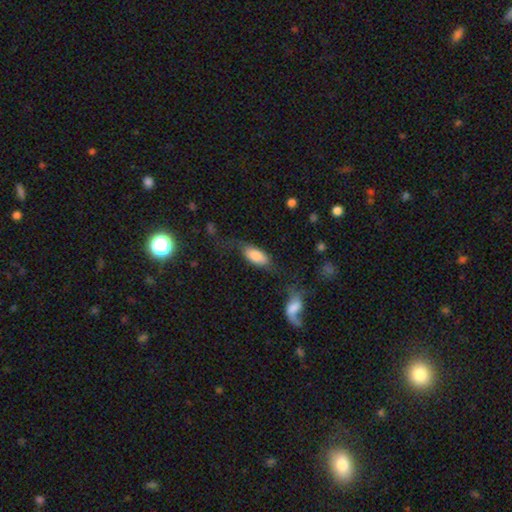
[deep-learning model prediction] Smooth or featured? Predicted: smooth (p=0.79). How rounded? Predicted: in between (p=0.88). Merging? Predicted: none (p=0.47).